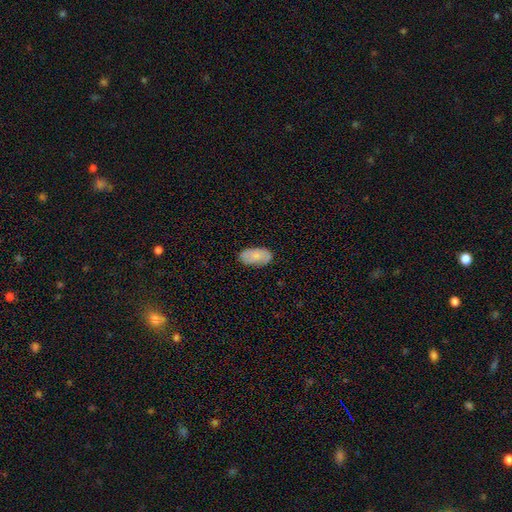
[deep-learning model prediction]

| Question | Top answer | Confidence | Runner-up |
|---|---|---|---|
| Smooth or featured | smooth | 76% | featured or disk (18%) |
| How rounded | in between | 94% | round (3%) |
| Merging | none | 82% | minor disturbance (14%) |